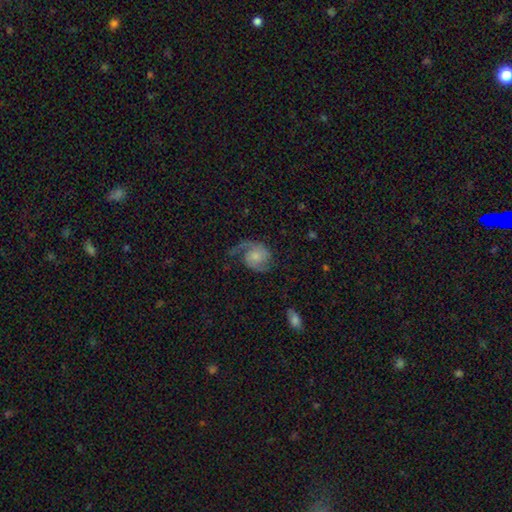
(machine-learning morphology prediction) This appears to be a featured or disk galaxy (79%) with no bar (69%), 2 (75%) medium (45%) spiral arms (96%) and a moderate central bulge (32%). Merging: none (55%).